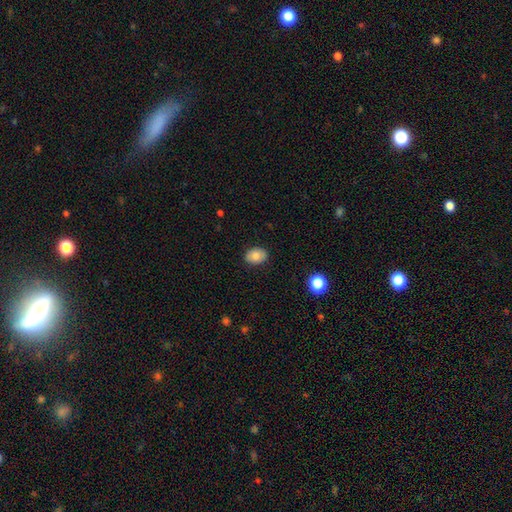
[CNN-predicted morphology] Smooth or featured? Predicted: smooth (p=0.82). How rounded? Predicted: in between (p=0.72). Merging? Predicted: none (p=0.86).